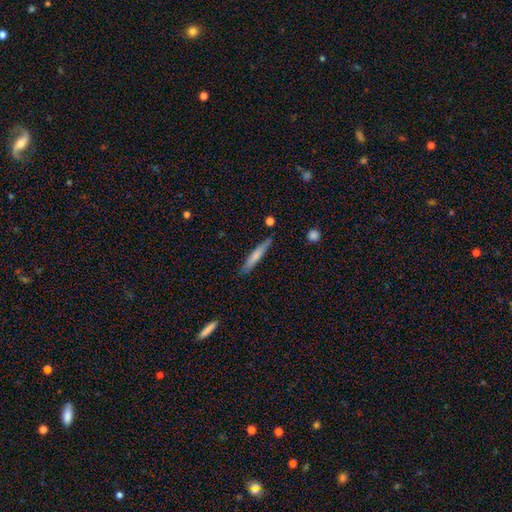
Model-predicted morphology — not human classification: Smooth or featured: smooth — 65% (featured or disk — 29%)
How rounded: cigar-shaped — 93% (in between — 6%)
Merging: none — 81% (minor disturbance — 14%)